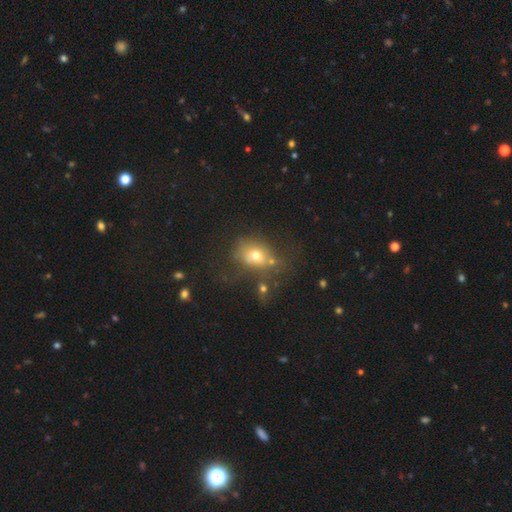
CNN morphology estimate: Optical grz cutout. It shows a smooth galaxy with no disk features (65%) that is round (53%). Merging: none (48%).